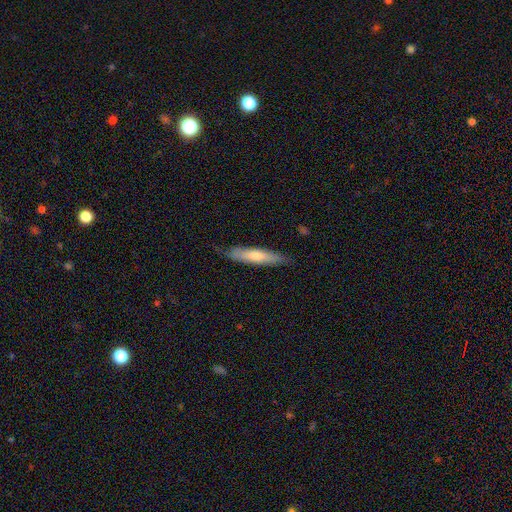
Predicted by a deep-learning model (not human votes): Smooth or featured: smooth — 52% (featured or disk — 42%)
How rounded: cigar-shaped — 89% (in between — 10%)
Merging: none — 84% (minor disturbance — 13%)